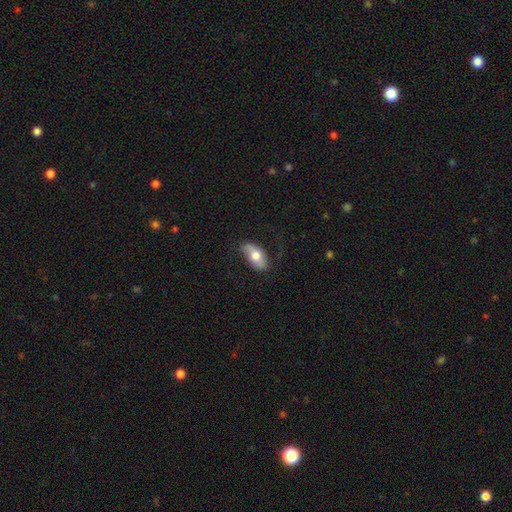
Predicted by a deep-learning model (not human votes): The model was most divided on "smooth or featured": smooth: 63%, featured or disk: 32%, star or artifact: 6%. More confident: how rounded — in between (90%); merging — none (73%).